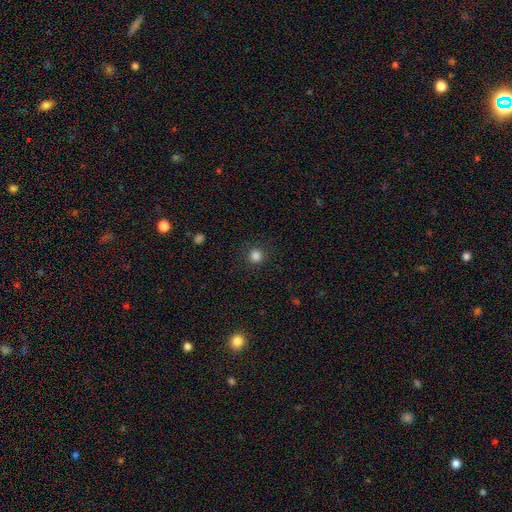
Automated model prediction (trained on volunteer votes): Smooth or featured? smooth (84%)
How rounded? round (94%)
Merging? none (89%)